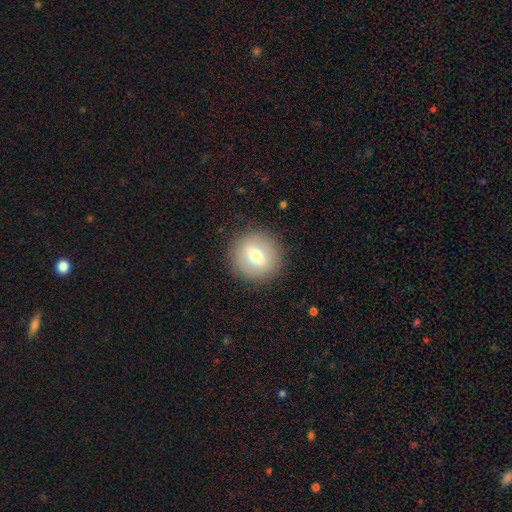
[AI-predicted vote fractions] Overall: smooth (61%; featured or disk 29%). How rounded: round (92%). Merging: none (89%).